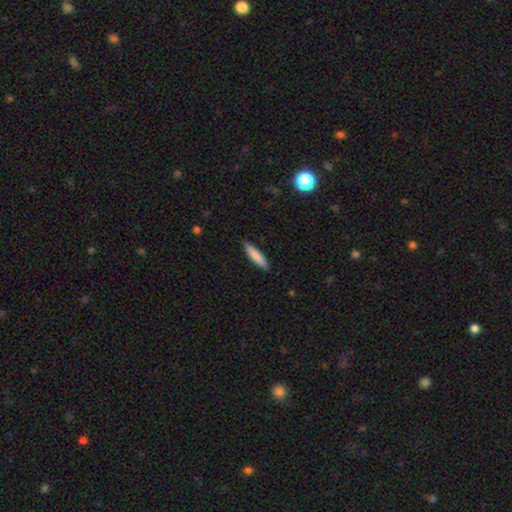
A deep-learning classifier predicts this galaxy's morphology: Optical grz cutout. It shows a smooth galaxy with no disk features (83%) that is cigar-shaped (82%). Merging: none (87%).